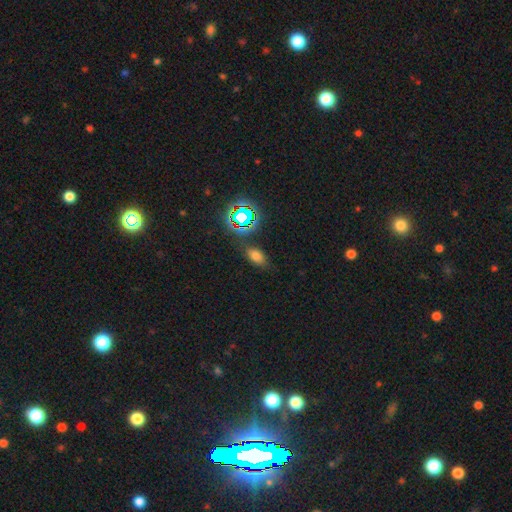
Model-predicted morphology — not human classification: smooth 65%, star or artifact 26%, featured or disk 9%. Down the decision tree: how rounded — in between (86%); merging — none (79%).